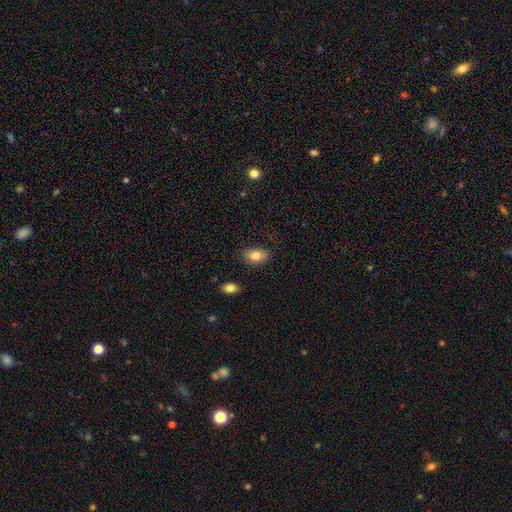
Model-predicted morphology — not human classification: smooth-or-featured: smooth: 82% | featured or disk: 10% | star or artifact: 8%
  how-rounded: in between: 84% | round: 15% | cigar-shaped: 1%
  merging: none: 82% | minor disturbance: 14% | major disturbance: 3% | merger: 2%